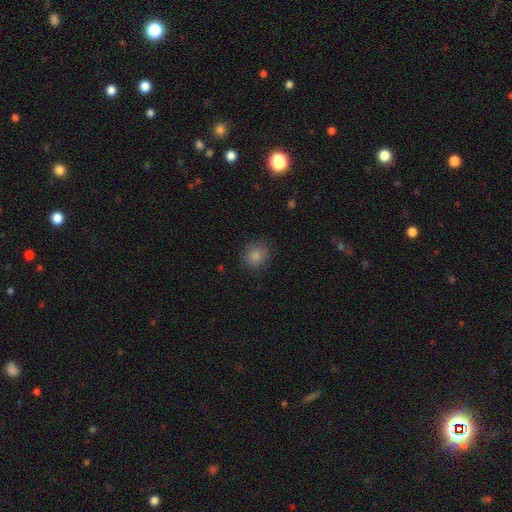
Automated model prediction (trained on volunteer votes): Morphology: type=smooth (86%); roundness=round (81%); merging=none (83%).